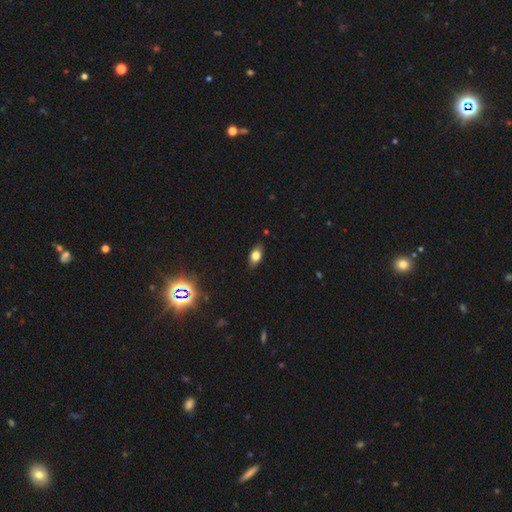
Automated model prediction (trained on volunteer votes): Smooth or featured?
  - smooth: 77% *
  - featured or disk: 13%
  - star or artifact: 11%
How rounded?
  - in between: 85% *
  - round: 10%
  - cigar-shaped: 5%
Merging?
  - none: 84% *
  - minor disturbance: 13%
  - major disturbance: 2%
  - merger: 1%